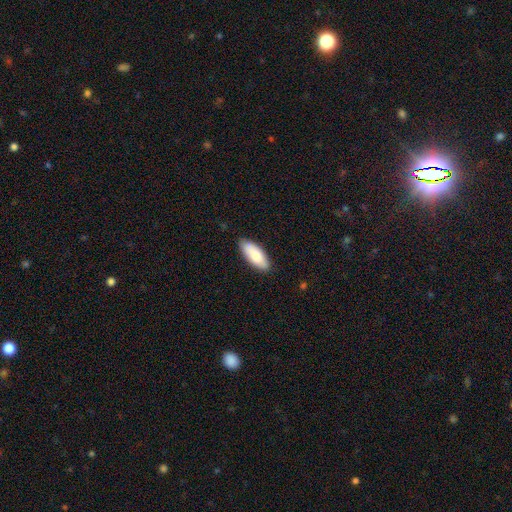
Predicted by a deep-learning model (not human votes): smooth-or-featured: smooth: 81% | featured or disk: 13% | star or artifact: 6%
  how-rounded: in between: 79% | cigar-shaped: 20% | round: 2%
  merging: none: 86% | minor disturbance: 12% | major disturbance: 2% | merger: 1%